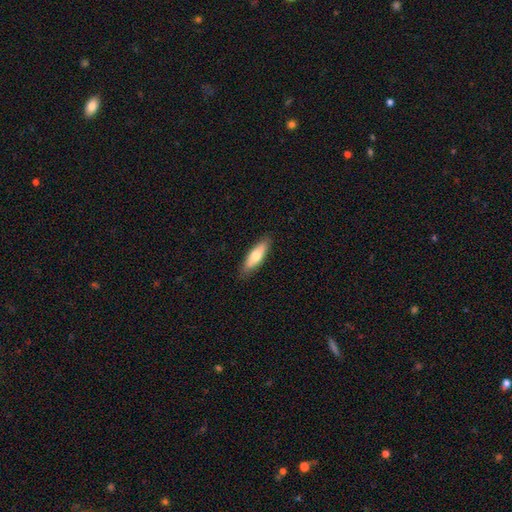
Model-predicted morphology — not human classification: smooth 66%, featured or disk 28%, star or artifact 6%. Down the decision tree: how rounded — in between (53%); merging — none (86%).